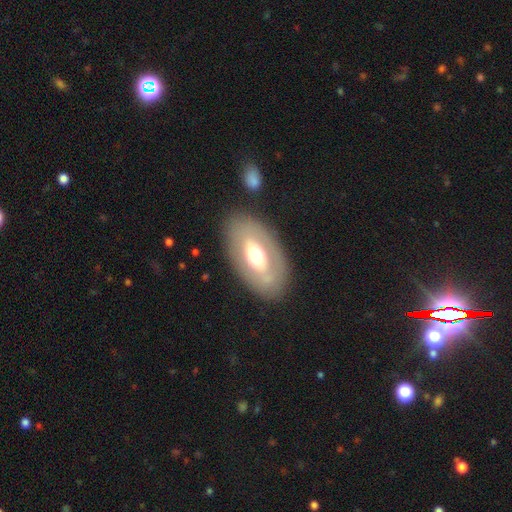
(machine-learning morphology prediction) smooth_or_featured: featured or disk (p=0.49) [alt: smooth p=0.44]
merging: none (p=0.83) [alt: minor disturbance p=0.10]